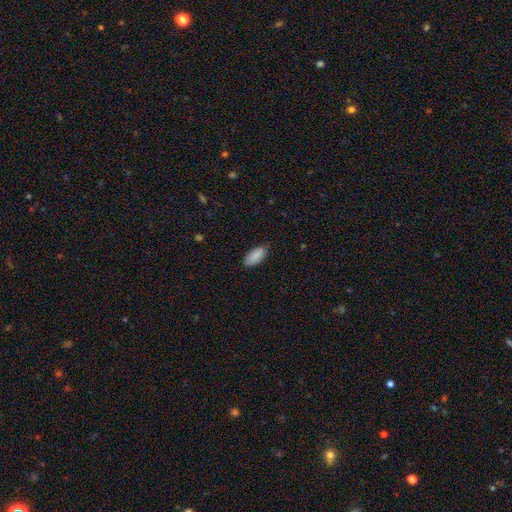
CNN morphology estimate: type=smooth (88%); roundness=in between (92%); merging=none (80%).